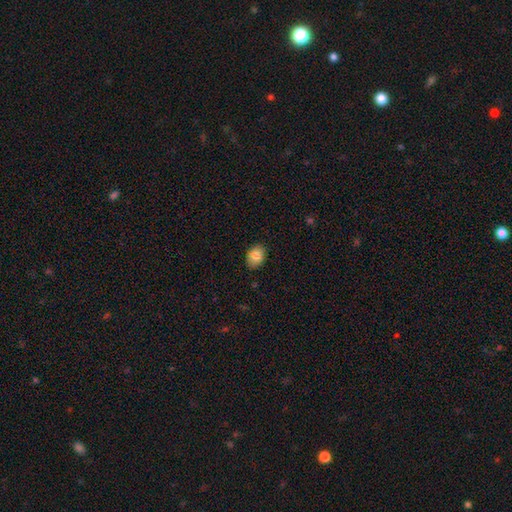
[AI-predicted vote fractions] Smooth or featured: smooth — 84% (star or artifact — 8%)
How rounded: in between — 68% (round — 31%)
Merging: none — 85% (minor disturbance — 12%)